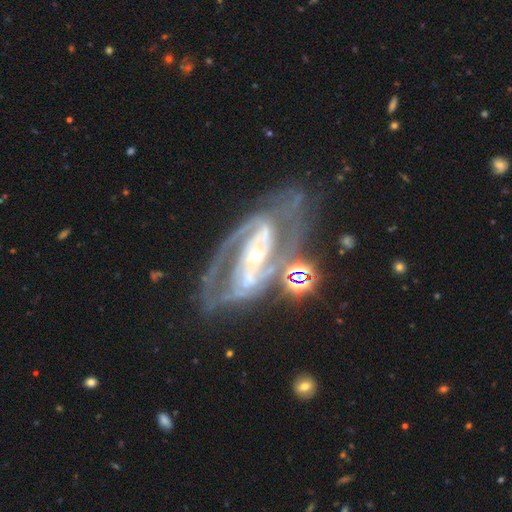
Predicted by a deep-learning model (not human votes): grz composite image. It shows a featured or disk galaxy (90%) with a strong bar (47%), 2 (75%) medium (47%) spiral arms (95%) and a small central bulge (57%). Merging: none (54%).